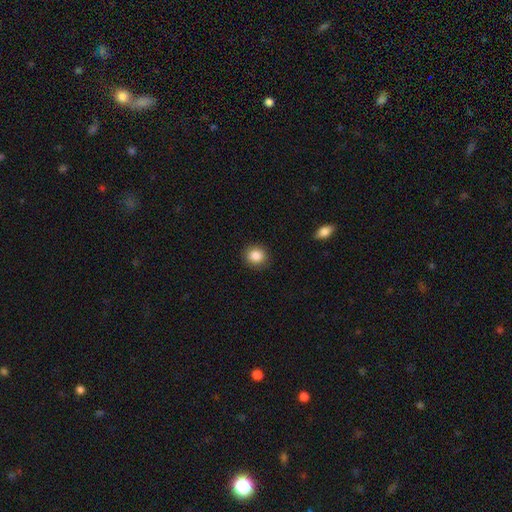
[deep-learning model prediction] A smooth galaxy with no disk features (87%) that is round (81%).

Vote fractions:
- Smooth or featured? smooth: 87% / star or artifact: 9% / featured or disk: 4%
- How rounded? round: 81% / in between: 18% / cigar-shaped: 1%
- Merging? none: 89% / minor disturbance: 7% / major disturbance: 2% / merger: 1%